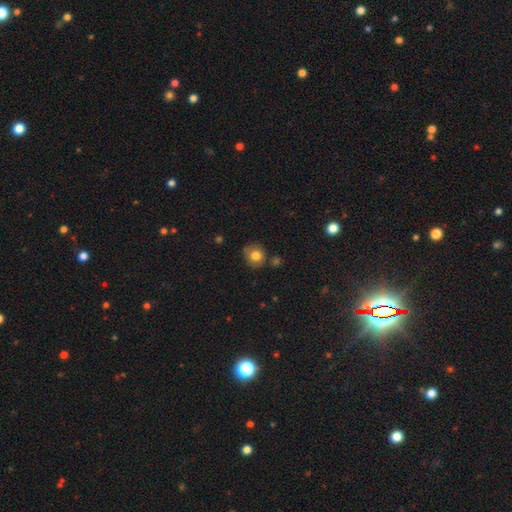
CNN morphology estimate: Smooth or featured? Predicted: smooth (p=0.79). How rounded? Predicted: round (p=0.82). Merging? Predicted: none (p=0.74).